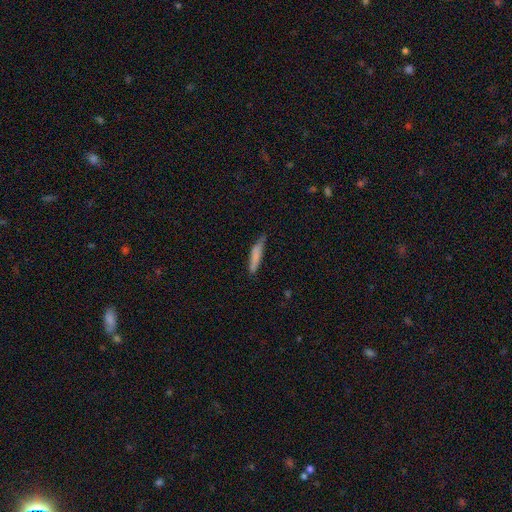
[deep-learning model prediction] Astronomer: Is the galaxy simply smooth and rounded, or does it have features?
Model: smooth — 76%.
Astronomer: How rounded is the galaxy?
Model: cigar-shaped — 87%.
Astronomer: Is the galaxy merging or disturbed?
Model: none — 66%.